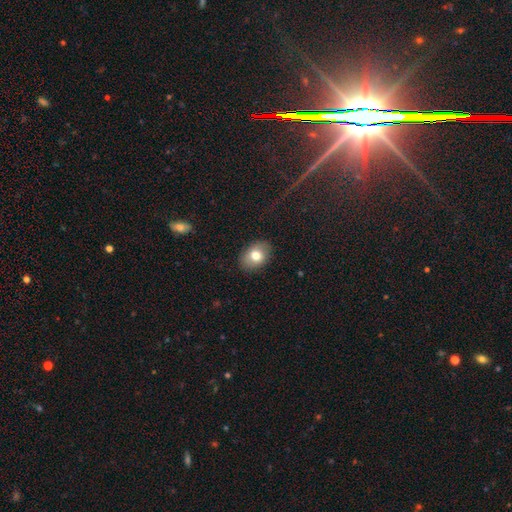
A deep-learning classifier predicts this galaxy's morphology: type=smooth (76%); roundness=in between (73%); merging=none (86%).